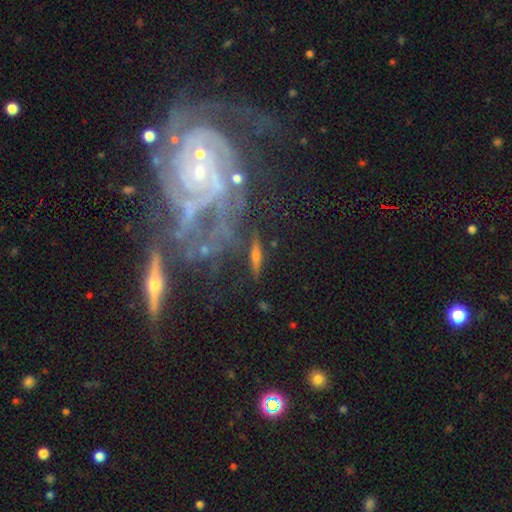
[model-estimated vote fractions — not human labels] Morphology: type=featured or disk (63%); edge-on=yes (65%); merging=none (71%).